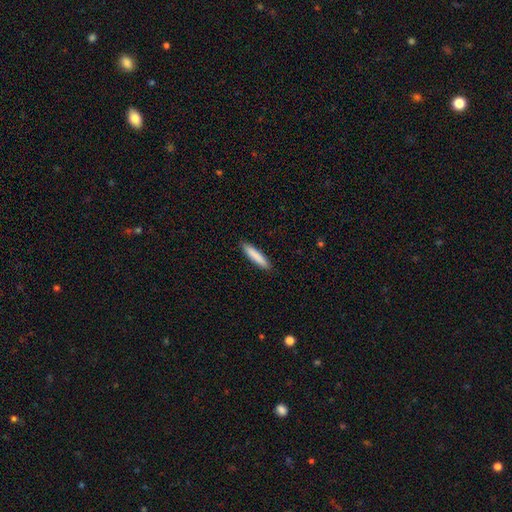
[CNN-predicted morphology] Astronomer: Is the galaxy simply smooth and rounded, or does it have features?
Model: smooth — 85%.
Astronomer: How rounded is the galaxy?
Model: cigar-shaped — 88%.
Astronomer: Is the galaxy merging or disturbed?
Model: none — 91%.